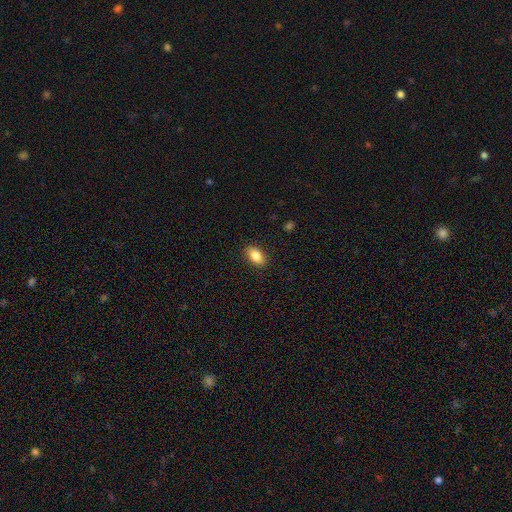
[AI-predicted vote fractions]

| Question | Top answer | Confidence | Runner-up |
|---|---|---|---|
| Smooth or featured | smooth | 85% | star or artifact (7%) |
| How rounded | in between | 90% | round (7%) |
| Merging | none | 89% | minor disturbance (8%) |